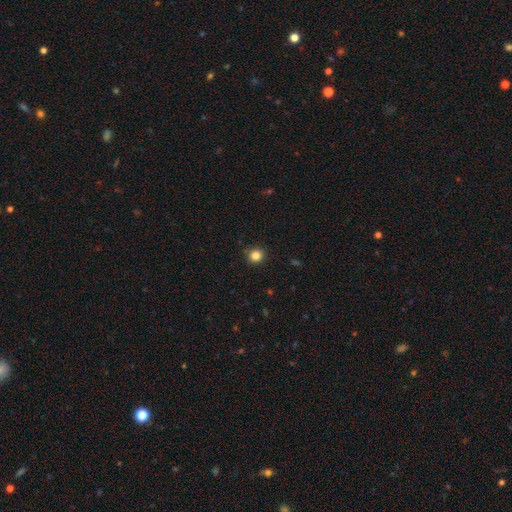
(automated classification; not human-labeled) Smooth or featured?
  - smooth: 84% *
  - star or artifact: 12%
  - featured or disk: 4%
How rounded?
  - round: 91% *
  - in between: 8%
  - cigar-shaped: 1%
Merging?
  - none: 90% *
  - minor disturbance: 7%
  - major disturbance: 2%
  - merger: 1%